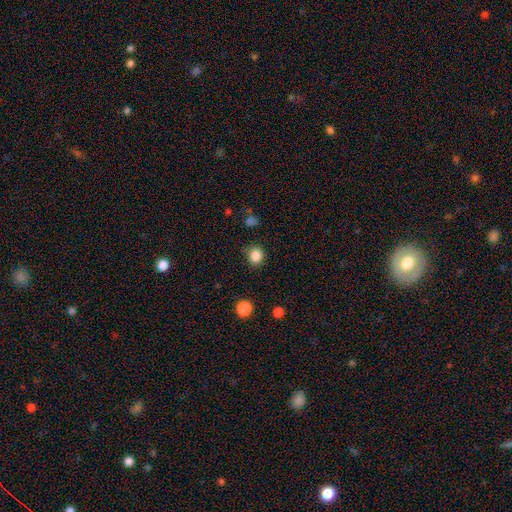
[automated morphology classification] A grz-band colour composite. It shows a smooth galaxy with no disk features (85%) that is round (84%). Merging: none (86%).